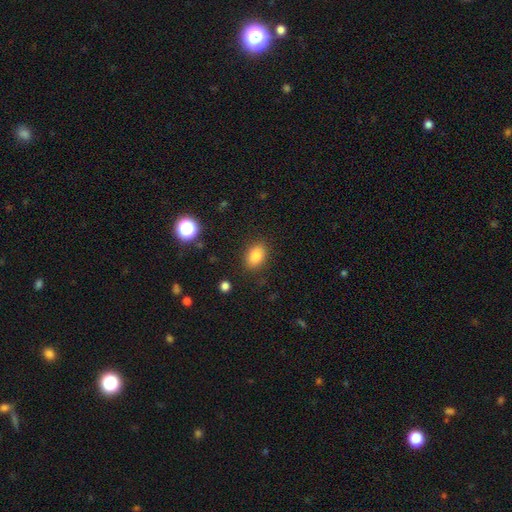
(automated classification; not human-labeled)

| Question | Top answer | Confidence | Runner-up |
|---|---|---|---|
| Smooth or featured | smooth | 85% | star or artifact (10%) |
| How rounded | in between | 80% | round (19%) |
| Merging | none | 86% | minor disturbance (10%) |